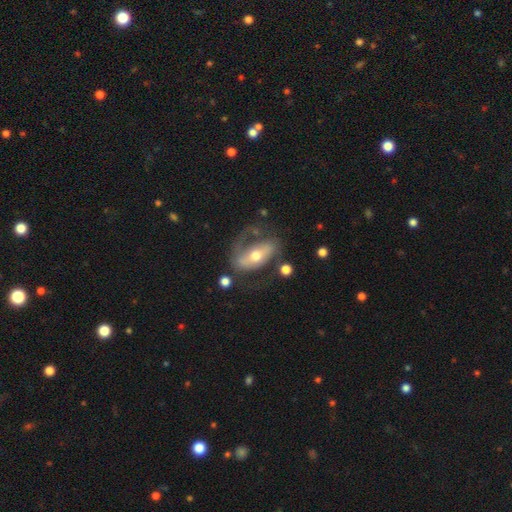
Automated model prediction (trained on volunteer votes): A featured or disk galaxy (73%) with a strong bar (42%), 2 (61%) medium (40%) spiral arms (76%) and a moderate central bulge (68%). Merging: none (46%).